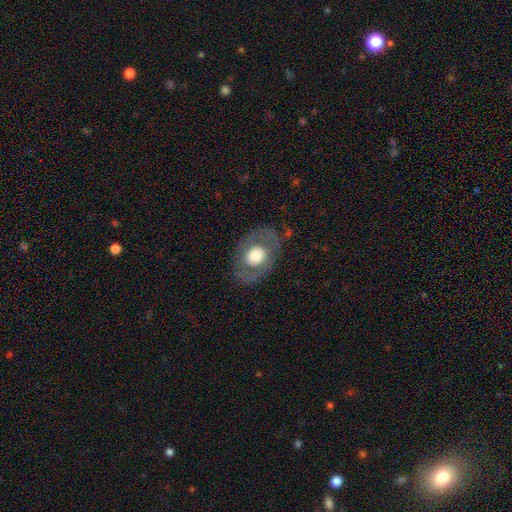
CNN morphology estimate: A smooth galaxy with no disk features (53%) that is in between round and cigar-shaped (66%). Merging: none (76%).